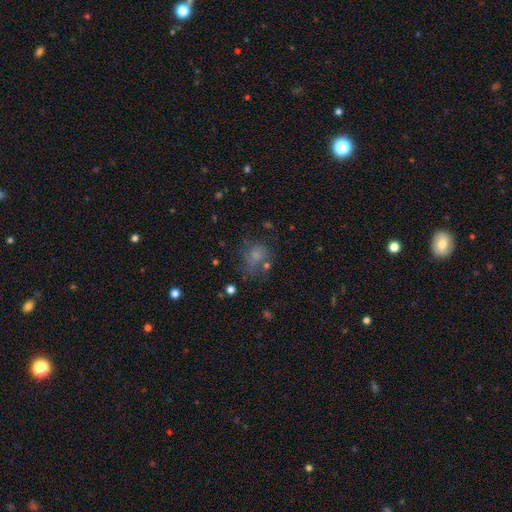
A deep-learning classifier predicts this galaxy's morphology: The model was most divided on "merging": none: 51%, minor disturbance: 21%, major disturbance: 20%, merger: 7%. More confident: how rounded — round (68%); smooth or featured — smooth (61%).